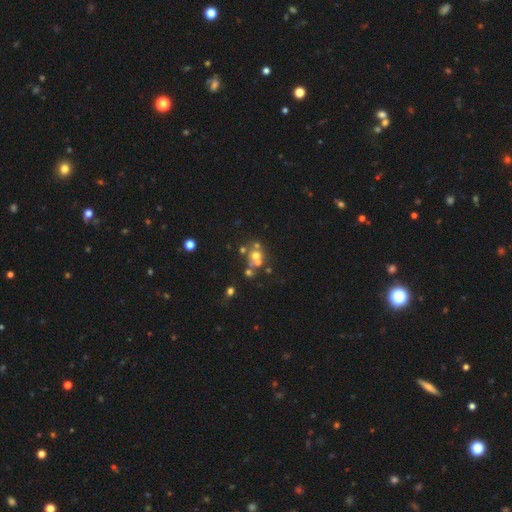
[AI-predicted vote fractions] Morphology: type=smooth (45%); merging=none (44%).